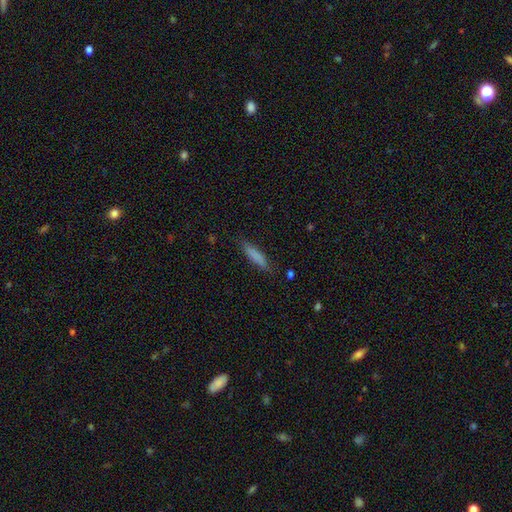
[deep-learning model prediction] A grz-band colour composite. It shows a smooth galaxy with no disk features (80%) that is cigar-shaped (84%). Merging: none (83%).